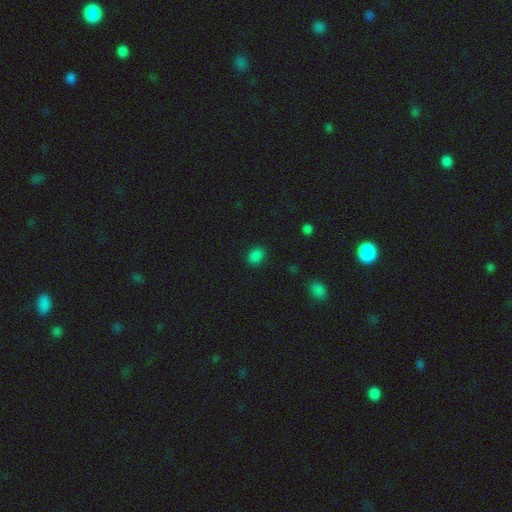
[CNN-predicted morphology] This is clearly a smooth galaxy (82%). How rounded: likely in between (60%). Merging: clearly none (87%).